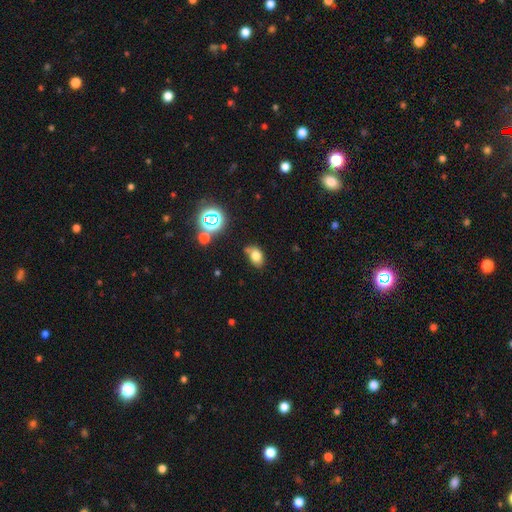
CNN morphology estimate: A smooth galaxy with no disk features (74%) that is in between round and cigar-shaped (78%).

Vote fractions:
- Smooth or featured? smooth: 74% / star or artifact: 15% / featured or disk: 11%
- How rounded? in between: 78% / round: 21% / cigar-shaped: 1%
- Merging? none: 55% / minor disturbance: 26% / merger: 11% / major disturbance: 8%